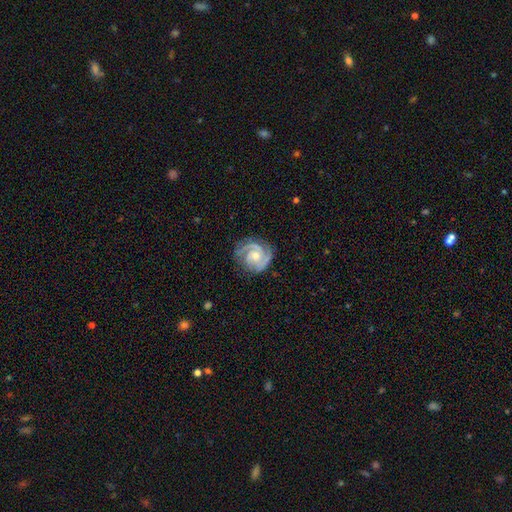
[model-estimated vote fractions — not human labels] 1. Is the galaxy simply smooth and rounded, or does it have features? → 90% featured or disk, 5% smooth, 4% star or artifact.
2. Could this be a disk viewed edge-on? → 98% no, 2% yes.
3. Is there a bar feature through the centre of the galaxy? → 66% no, 28% weak, 6% strong.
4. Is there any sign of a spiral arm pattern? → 98% yes, 2% no.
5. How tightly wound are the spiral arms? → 63% tight, 33% medium, 4% loose.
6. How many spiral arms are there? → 61% 2, 25% 3, 5% can't tell, 3% 4, 3% 1, 2% more than 4.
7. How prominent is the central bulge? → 54% moderate, 40% small, 3% large, 2% none, 1% dominant.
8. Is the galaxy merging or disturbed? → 78% none, 16% minor disturbance, 5% major disturbance, 1% merger.